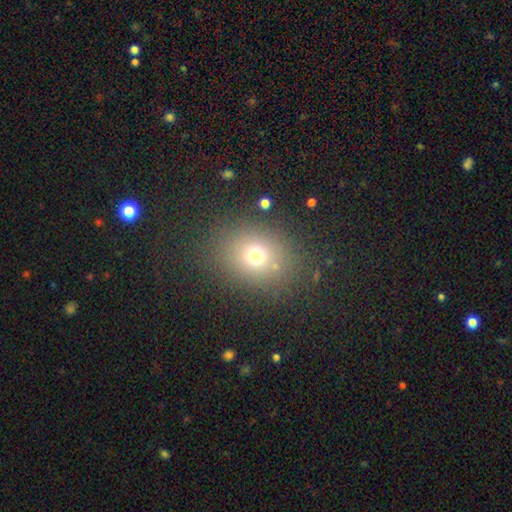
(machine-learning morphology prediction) A smooth galaxy with no disk features (71%) that is round (58%).

Vote fractions:
- Smooth or featured? smooth: 71% / star or artifact: 19% / featured or disk: 11%
- How rounded? round: 58% / in between: 41% / cigar-shaped: 1%
- Merging? none: 82% / minor disturbance: 10% / major disturbance: 5% / merger: 3%